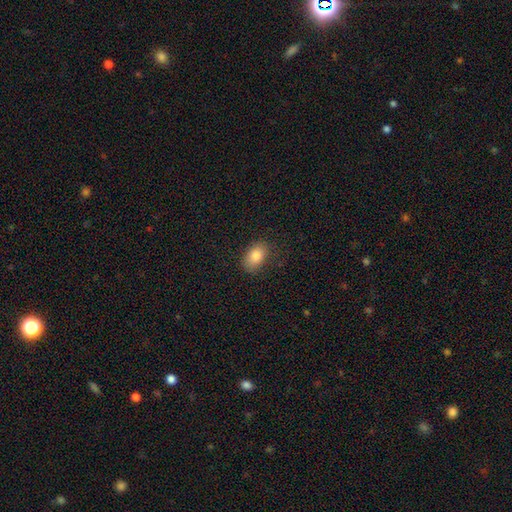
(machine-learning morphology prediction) This appears to be a smooth galaxy with no disk features (83%) that is in between round and cigar-shaped (85%). Merging: none (81%).